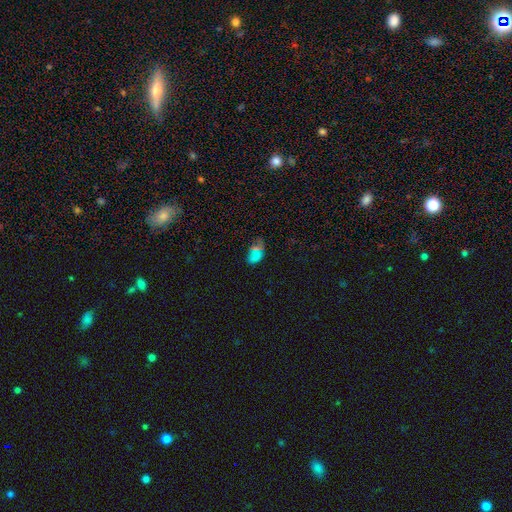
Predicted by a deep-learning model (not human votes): This appears to be a smooth galaxy with no disk features (55%) that is in between round and cigar-shaped (89%). Merging: none (59%).